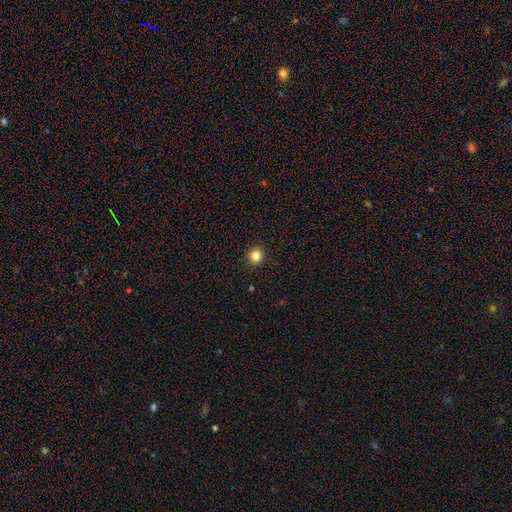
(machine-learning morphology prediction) A smooth galaxy with no disk features (84%) that is round (82%). Merging: none (91%).